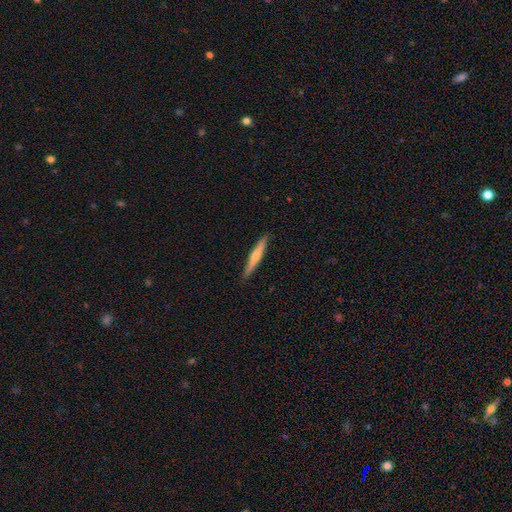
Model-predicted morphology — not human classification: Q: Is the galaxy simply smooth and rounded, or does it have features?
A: smooth — 51%.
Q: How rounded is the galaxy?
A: cigar-shaped — 94%.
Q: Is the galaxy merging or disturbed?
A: none — 90%.